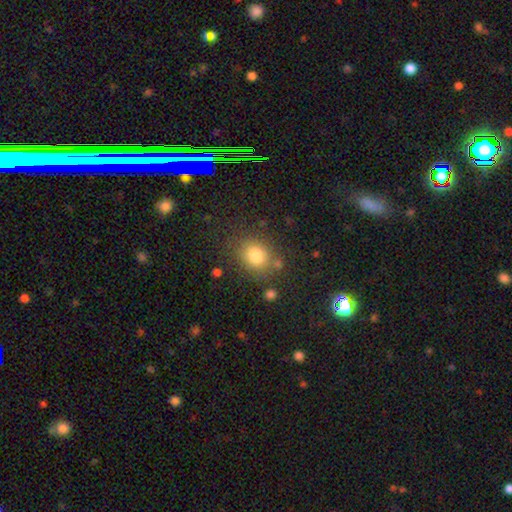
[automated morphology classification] A smooth galaxy with no disk features (80%) that is round (64%).

Vote fractions:
- Smooth or featured? smooth: 80% / star or artifact: 12% / featured or disk: 8%
- How rounded? round: 64% / in between: 35% / cigar-shaped: 1%
- Merging? none: 78% / minor disturbance: 13% / major disturbance: 5% / merger: 5%